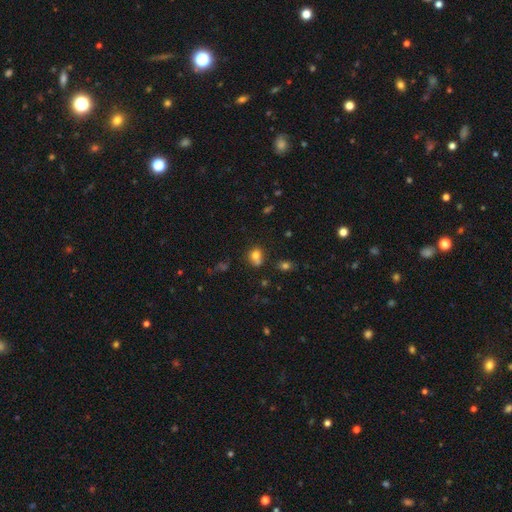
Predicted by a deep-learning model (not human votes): A smooth galaxy with no disk features (75%) that is round (64%). Merging: none (46%).